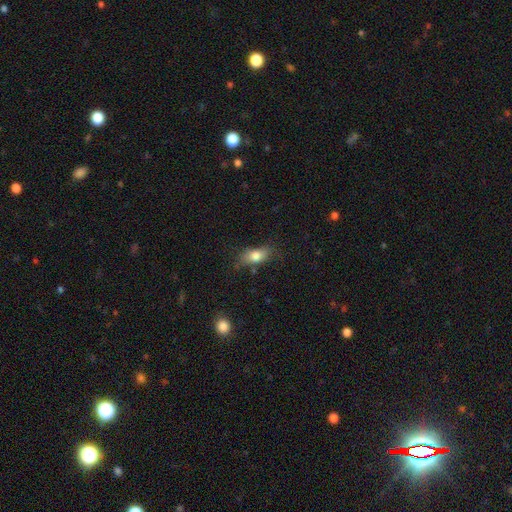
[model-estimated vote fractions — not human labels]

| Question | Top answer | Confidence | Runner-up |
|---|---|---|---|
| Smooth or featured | smooth | 76% | featured or disk (15%) |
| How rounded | in between | 80% | cigar-shaped (12%) |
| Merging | none | 66% | minor disturbance (24%) |